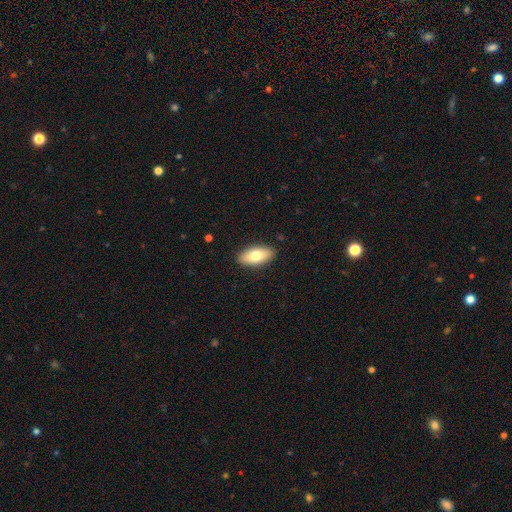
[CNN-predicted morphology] A smooth galaxy with no disk features (76%) that is in between round and cigar-shaped (91%).

Vote fractions:
- Smooth or featured? smooth: 76% / featured or disk: 18% / star or artifact: 6%
- How rounded? in between: 91% / cigar-shaped: 6% / round: 3%
- Merging? none: 89% / minor disturbance: 8% / major disturbance: 2% / merger: 1%